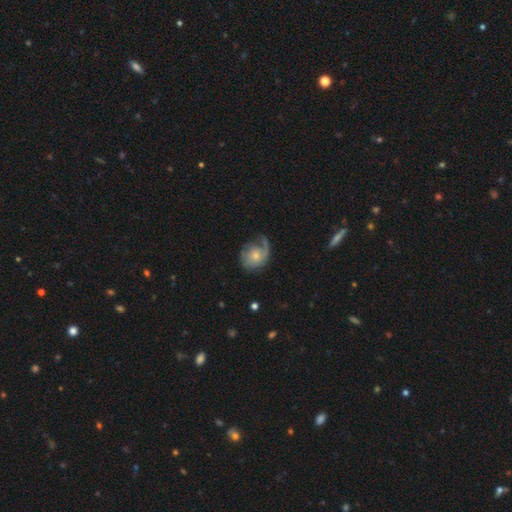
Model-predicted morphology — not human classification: A featured or disk galaxy (63%) with no bar (78%), 1 (61%) medium (35%) spiral arms (85%) and a small central bulge (49%). Merging: none (47%).